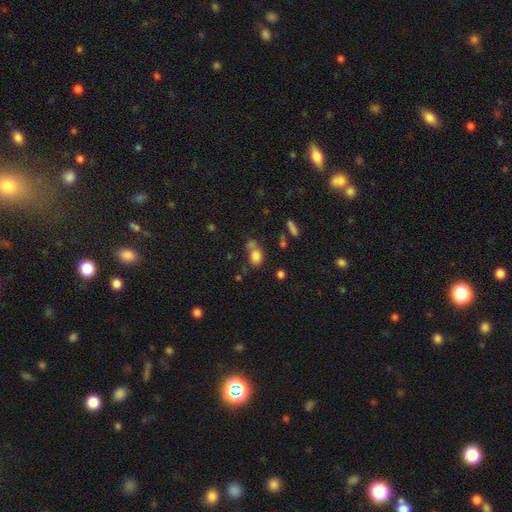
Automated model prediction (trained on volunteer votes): Q: Smooth or featured?
A: smooth (80%); runner-up: star or artifact (12%)
Q: How rounded?
A: in between (61%); runner-up: round (37%)
Q: Merging?
A: none (42%); runner-up: merger (33%)